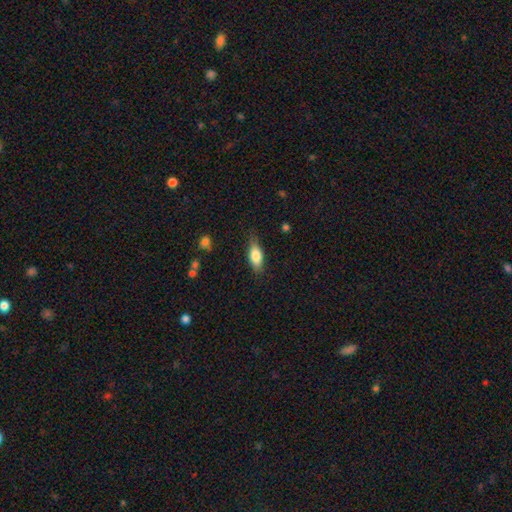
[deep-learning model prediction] A smooth galaxy with no disk features (76%) that is in between round and cigar-shaped (77%).

Vote fractions:
- Smooth or featured? smooth: 76% / featured or disk: 17% / star or artifact: 7%
- How rounded? in between: 77% / cigar-shaped: 19% / round: 3%
- Merging? none: 78% / minor disturbance: 17% / major disturbance: 4% / merger: 1%